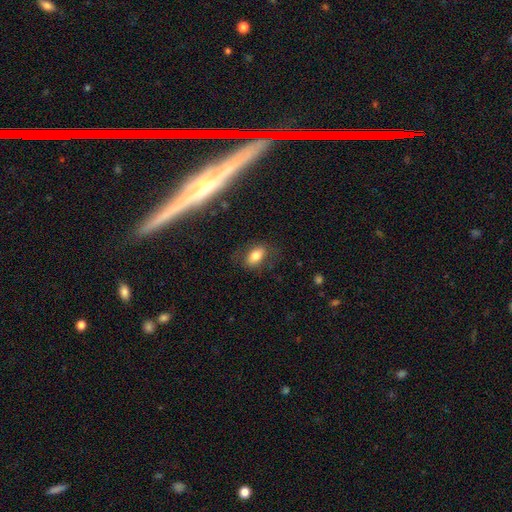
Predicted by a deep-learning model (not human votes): Q: Smooth or featured?
A: smooth (78%); runner-up: featured or disk (12%)
Q: How rounded?
A: in between (87%); runner-up: round (9%)
Q: Merging?
A: none (77%); runner-up: minor disturbance (15%)